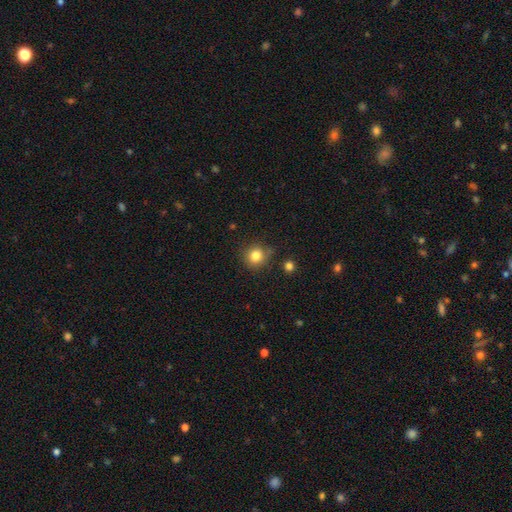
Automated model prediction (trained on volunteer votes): The model was most divided on "merging": none: 79%, minor disturbance: 14%, major disturbance: 4%, merger: 3%. More confident: how rounded — round (88%); smooth or featured — smooth (82%).